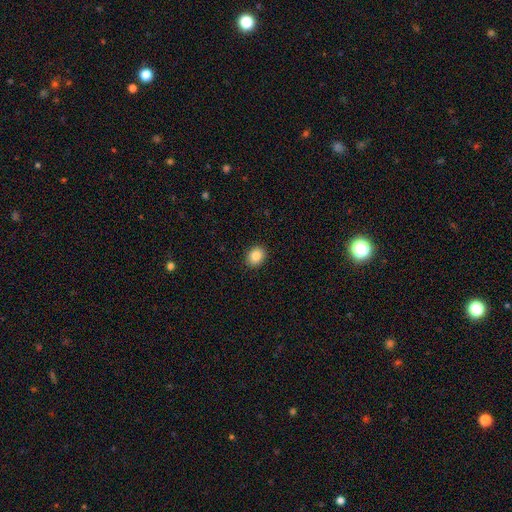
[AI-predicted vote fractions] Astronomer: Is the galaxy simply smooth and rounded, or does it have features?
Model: smooth — 87%.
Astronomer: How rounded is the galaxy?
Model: in between — 50% (runner-up: round, 49%).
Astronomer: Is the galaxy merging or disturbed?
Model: none — 91%.